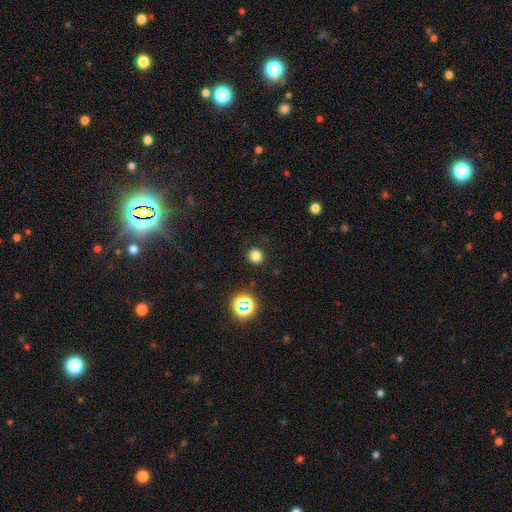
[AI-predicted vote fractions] This appears to be a smooth galaxy with no disk features (78%) that is round (92%). Merging: none (89%).